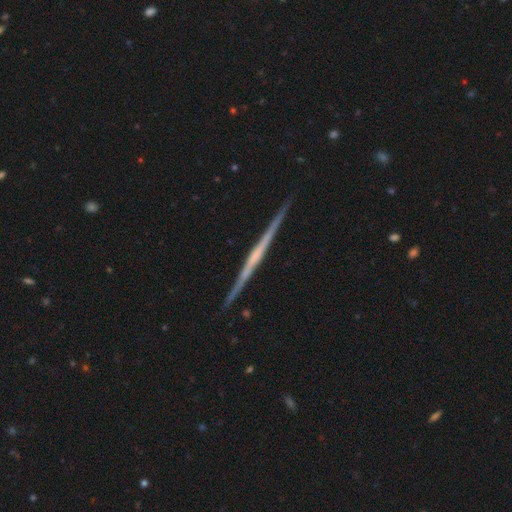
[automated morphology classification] Smooth or featured?
  - featured or disk: 76% *
  - smooth: 19%
  - star or artifact: 5%
Edge-on disk?
  - yes: 98% *
  - no: 2%
Edge-on bulge?
  - none: 70% *
  - rounded: 19%
  - boxy: 12%
Merging?
  - none: 91% *
  - minor disturbance: 7%
  - major disturbance: 1%
  - merger: 1%